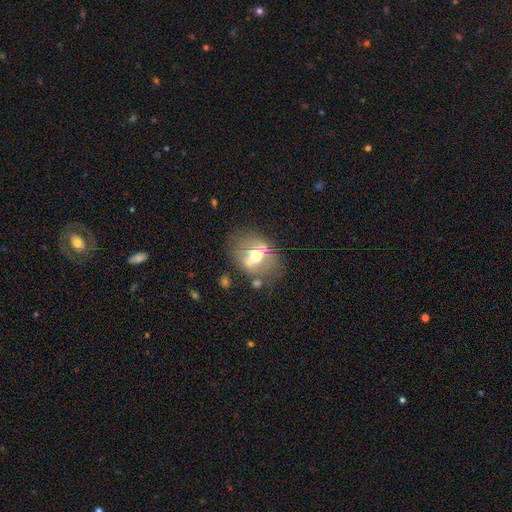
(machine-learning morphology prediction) The model was most divided on "smooth or featured": featured or disk: 67%, smooth: 25%, star or artifact: 8%. More confident: spiral arms — no (79%); edge-on disk — no (77%); bulge size — moderate (68%); merging — none (68%); bar — strong (64%).